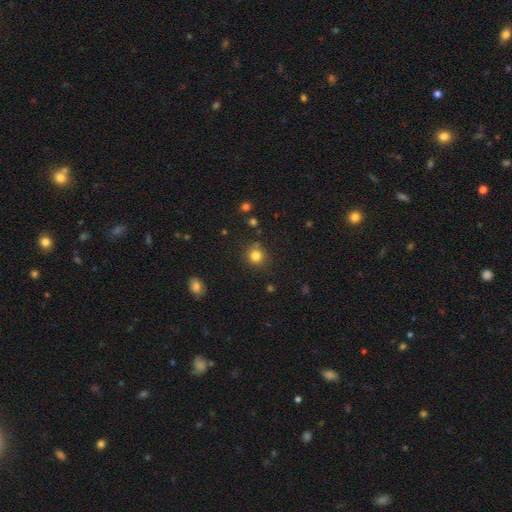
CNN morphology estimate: A smooth galaxy with no disk features (81%) that is round (90%). Merging: none (82%).